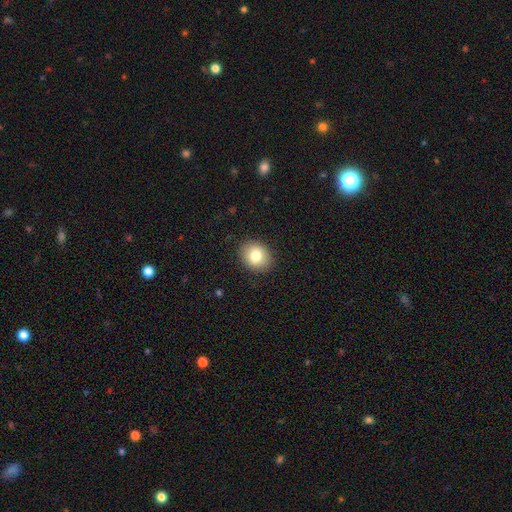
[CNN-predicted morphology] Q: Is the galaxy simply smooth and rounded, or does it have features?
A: smooth — 80%.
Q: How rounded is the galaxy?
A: round — 55%.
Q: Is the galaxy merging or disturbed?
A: none — 89%.